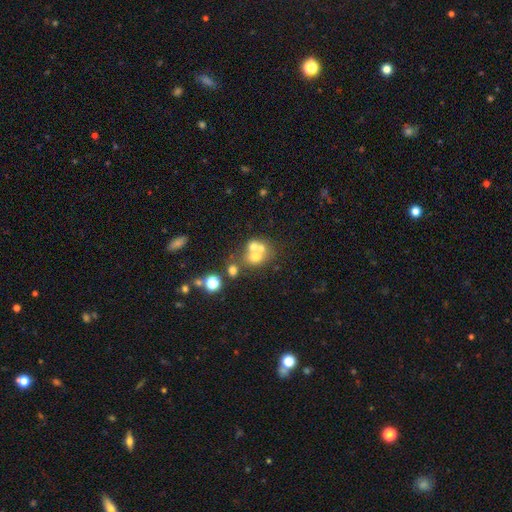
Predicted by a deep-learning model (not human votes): This is possibly a smooth galaxy (52%). How rounded: likely round (72%). Merging: possibly merger (52%).